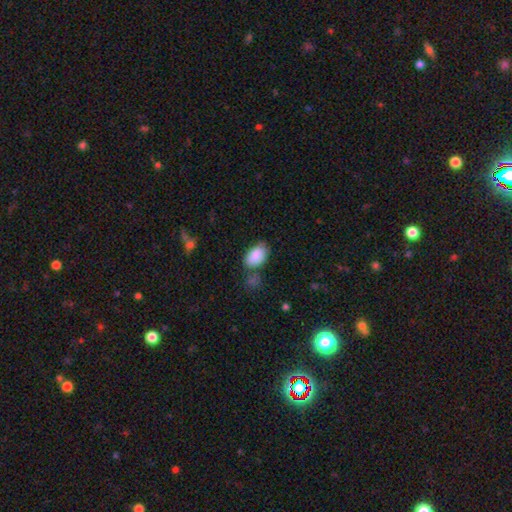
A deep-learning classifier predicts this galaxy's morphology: A smooth galaxy with no disk features (87%) that is in between round and cigar-shaped (91%). Merging: none (60%).